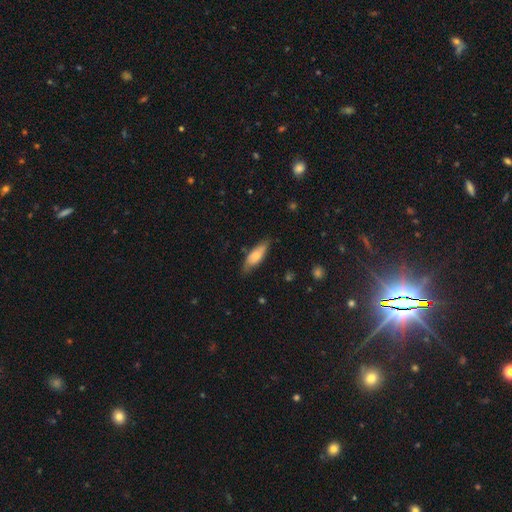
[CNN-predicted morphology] smooth-or-featured: smooth: 68% | featured or disk: 26% | star or artifact: 6%
  how-rounded: in between: 61% | cigar-shaped: 37% | round: 2%
  merging: none: 75% | minor disturbance: 20% | major disturbance: 3% | merger: 2%